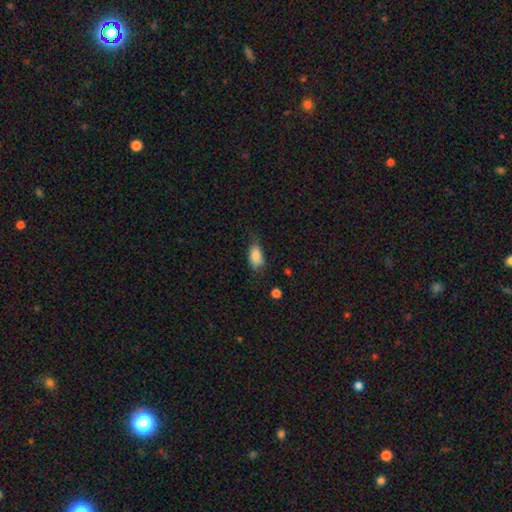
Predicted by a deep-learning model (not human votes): A smooth galaxy with no disk features (83%) that is in between round and cigar-shaped (88%).

Vote fractions:
- Smooth or featured? smooth: 83% / featured or disk: 9% / star or artifact: 8%
- How rounded? in between: 88% / cigar-shaped: 7% / round: 5%
- Merging? none: 57% / minor disturbance: 31% / major disturbance: 10% / merger: 2%